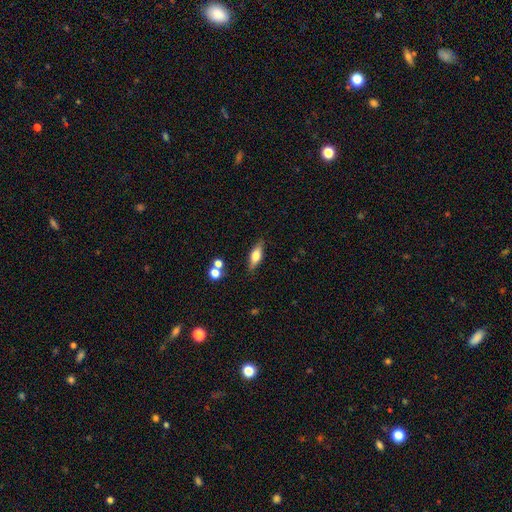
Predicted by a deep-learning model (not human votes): smooth_or_featured: smooth (p=0.58) [alt: featured or disk p=0.35]
how_rounded: in between (p=0.62) [alt: cigar-shaped p=0.34]
merging: none (p=0.80) [alt: minor disturbance p=0.12]